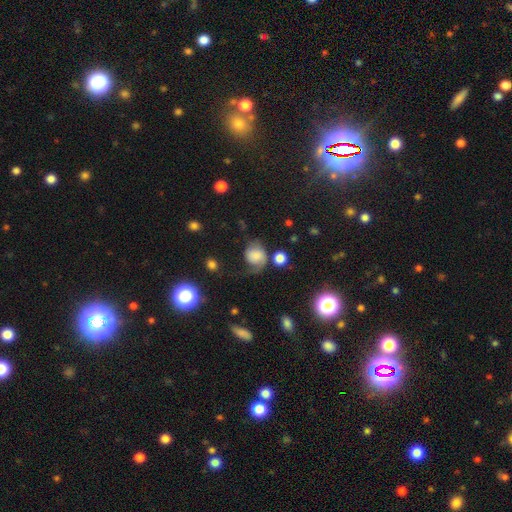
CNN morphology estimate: Smooth or featured? Predicted: smooth (p=0.48). Merging? Predicted: none (p=0.41).